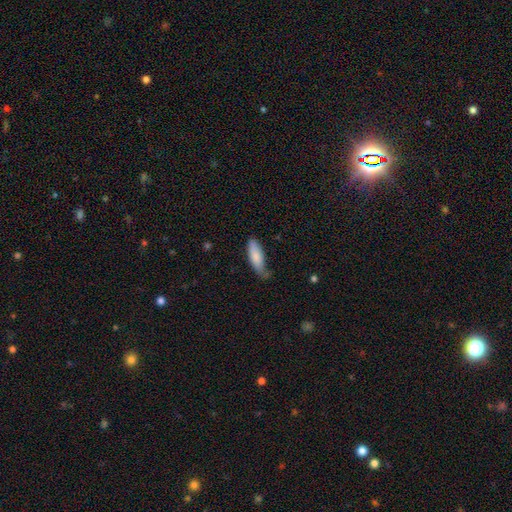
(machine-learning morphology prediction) smooth 83%, featured or disk 11%, star or artifact 6%. Down the decision tree: how rounded — in between (56%); merging — none (53%).